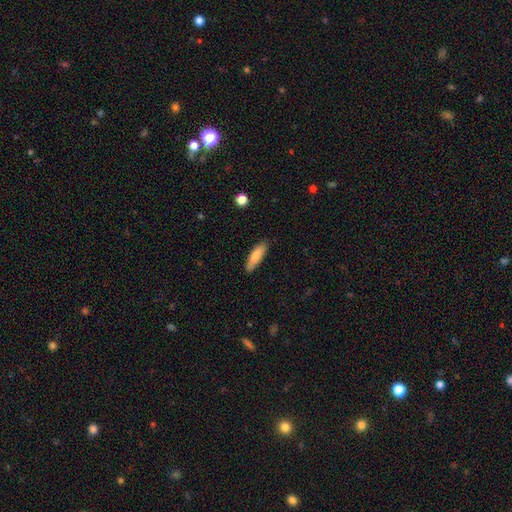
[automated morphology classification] Smooth or featured? smooth (84%)
How rounded? cigar-shaped (60%)
Merging? none (85%)